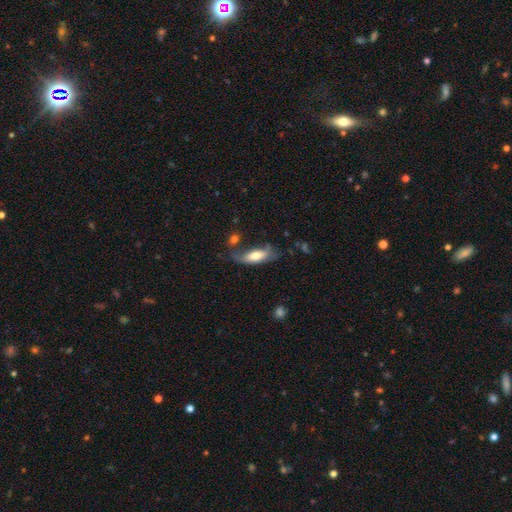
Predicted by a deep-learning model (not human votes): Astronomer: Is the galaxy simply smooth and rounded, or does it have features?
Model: smooth — 64%.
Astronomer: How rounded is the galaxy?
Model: in between — 68%.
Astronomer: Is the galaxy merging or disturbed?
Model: none — 42% (runner-up: minor disturbance, 28%).